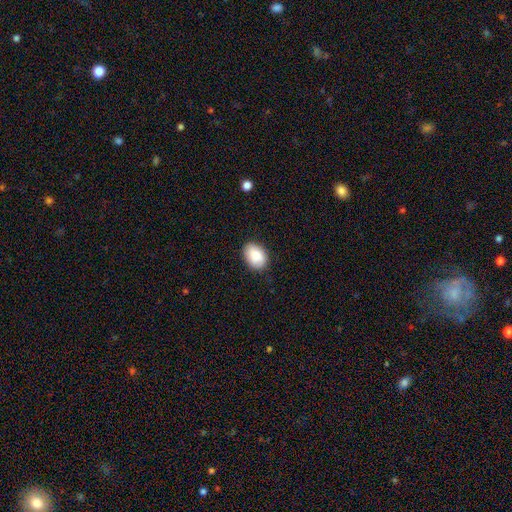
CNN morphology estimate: Overall: smooth (87%). How rounded: in between (80%). Merging: none (85%).